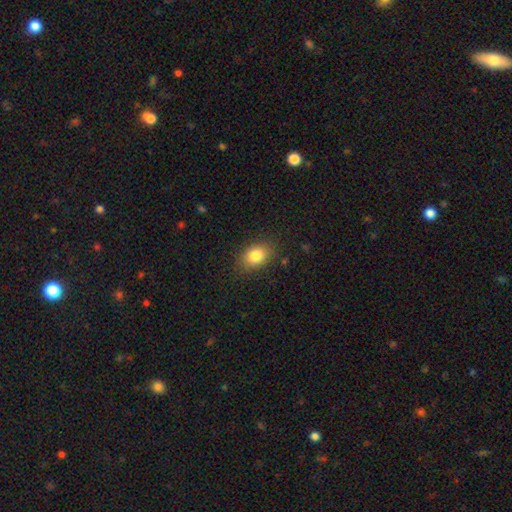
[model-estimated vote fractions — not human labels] smooth 83%, star or artifact 9%, featured or disk 8%. Down the decision tree: how rounded — in between (76%); merging — none (82%).